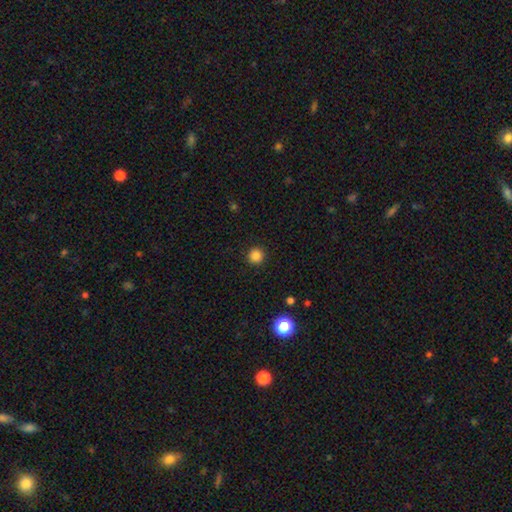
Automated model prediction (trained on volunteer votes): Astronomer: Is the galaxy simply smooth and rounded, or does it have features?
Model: smooth — 85%.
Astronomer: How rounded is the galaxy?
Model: round — 96%.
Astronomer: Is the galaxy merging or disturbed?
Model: none — 93%.